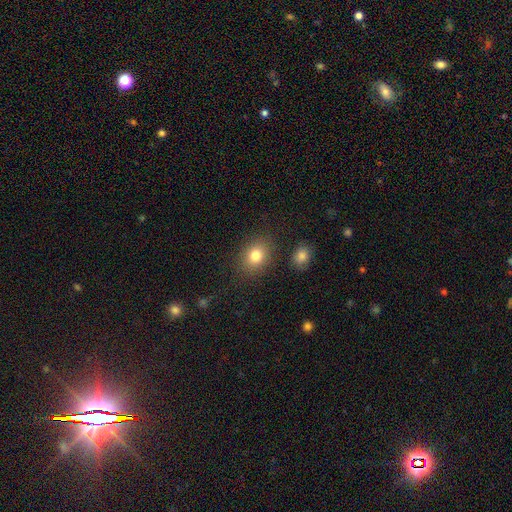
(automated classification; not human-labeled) Smooth or featured? Predicted: smooth (p=0.81). How rounded? Predicted: in between (p=0.50). Merging? Predicted: none (p=0.83).